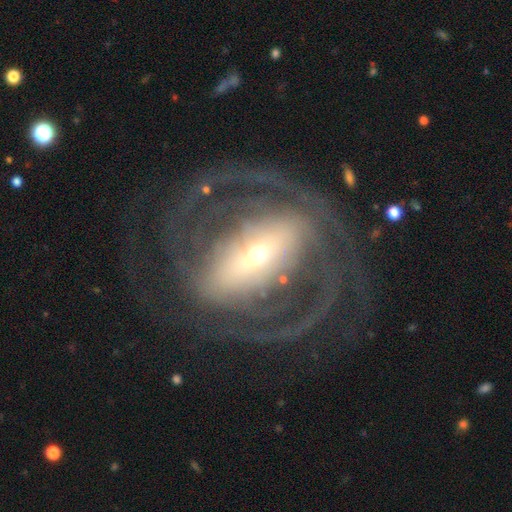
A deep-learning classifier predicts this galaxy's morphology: Overall: featured or disk (85%). Edge-on disk: no (94%). Bar: strong (62%; weak 22%). Spiral arms: yes (83%). Spiral arm count: 2 (63%). Spiral winding: medium (42%; tight 39%). Bulge size: small (53%; moderate 35%). Merging: none (64%).